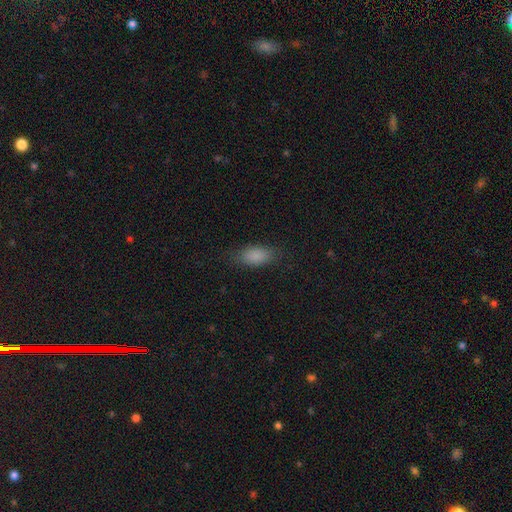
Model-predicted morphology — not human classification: Smooth or featured? smooth (86%)
How rounded? in between (87%)
Merging? none (81%)